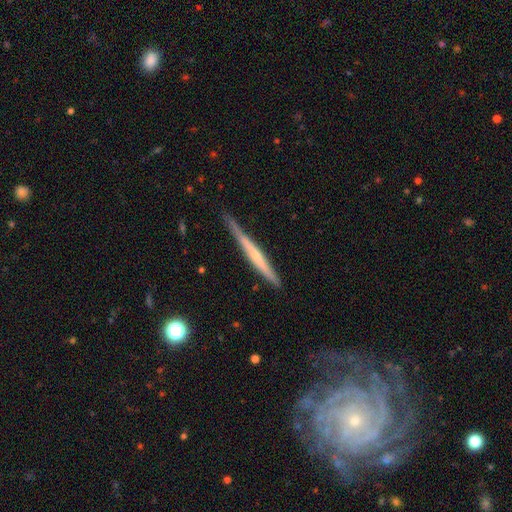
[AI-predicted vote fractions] This is possibly a featured or disk galaxy (58%). It is clearly viewed edge-on (97%). Edge-on bulge: likely none (60%). Merging: likely none (77%).